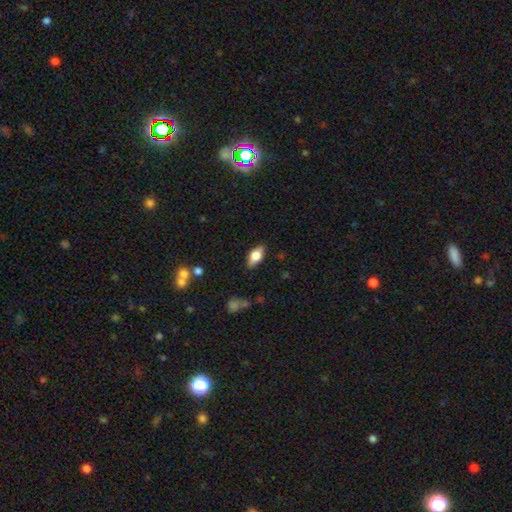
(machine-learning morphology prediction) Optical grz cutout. It shows a smooth galaxy with no disk features (76%) that is in between round and cigar-shaped (87%). Merging: none (84%).